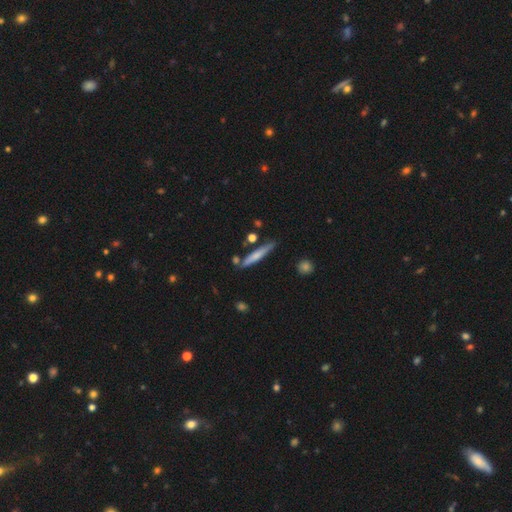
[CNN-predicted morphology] smooth-or-featured: smooth: 63% | featured or disk: 31% | star or artifact: 6%
  how-rounded: cigar-shaped: 92% | in between: 6% | round: 2%
  merging: none: 76% | minor disturbance: 14% | merger: 7% | major disturbance: 3%